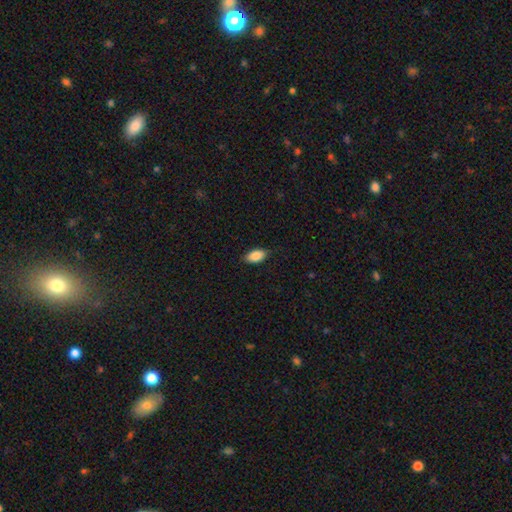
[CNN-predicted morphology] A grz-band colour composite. It shows a smooth galaxy with no disk features (87%) that is in between round and cigar-shaped (92%). Merging: none (85%).